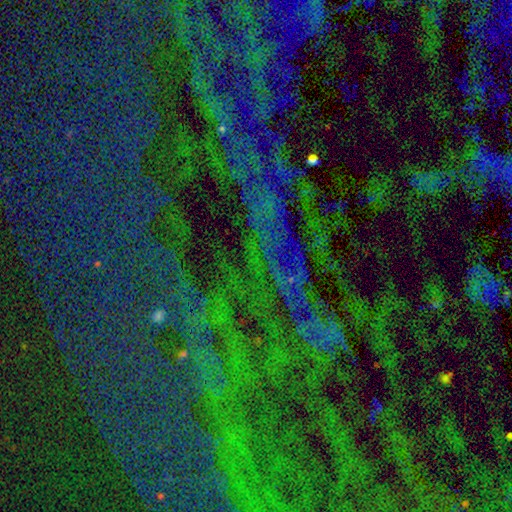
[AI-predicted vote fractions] A star or artifact, not a galaxy (79%).

Vote fractions:
- Smooth or featured? star or artifact: 79% / smooth: 12% / featured or disk: 9%